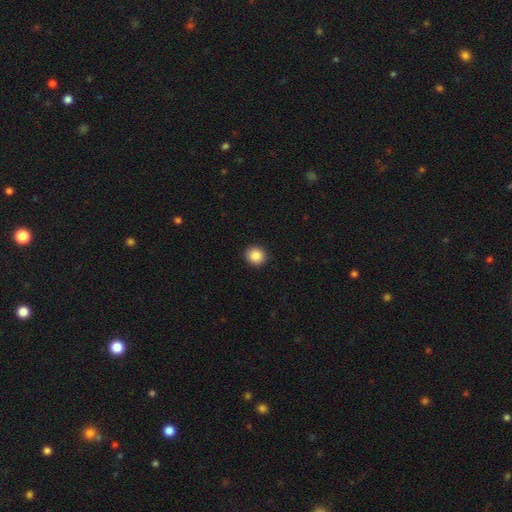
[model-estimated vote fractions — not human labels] smooth-or-featured: smooth: 88% | star or artifact: 9% | featured or disk: 3%
  how-rounded: round: 89% | in between: 11% | cigar-shaped: 1%
  merging: none: 92% | minor disturbance: 5% | major disturbance: 2% | merger: 1%